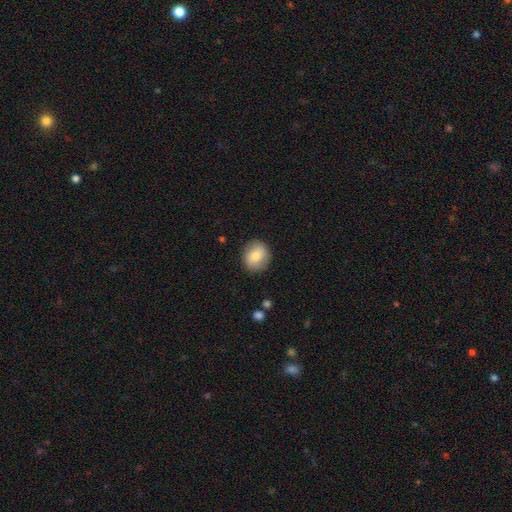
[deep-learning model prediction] A smooth galaxy with no disk features (80%) that is round (73%). Merging: none (87%).